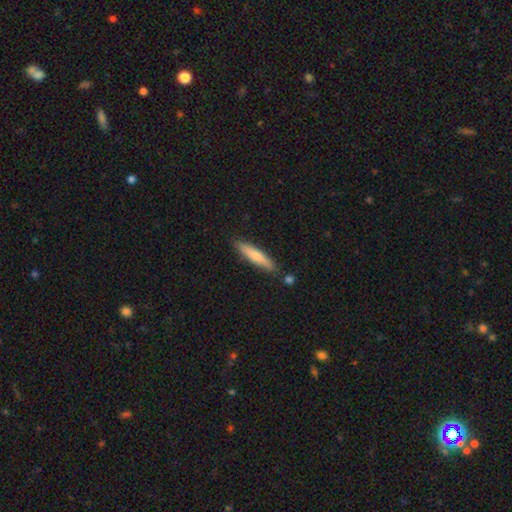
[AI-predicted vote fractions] A smooth galaxy with no disk features (66%) that is cigar-shaped (87%).

Vote fractions:
- Smooth or featured? smooth: 66% / featured or disk: 28% / star or artifact: 5%
- How rounded? cigar-shaped: 87% / in between: 11% / round: 1%
- Merging? none: 84% / minor disturbance: 10% / merger: 4% / major disturbance: 2%